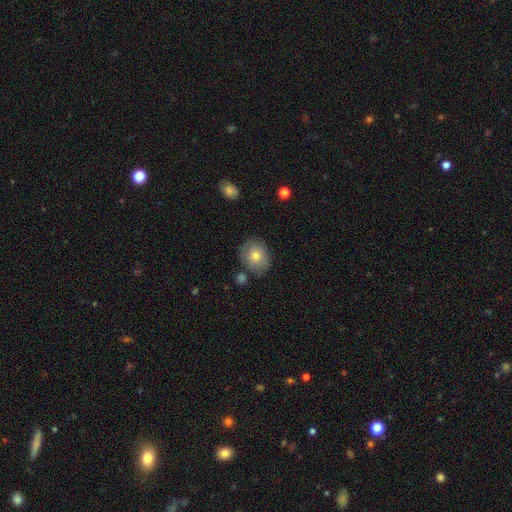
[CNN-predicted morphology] Smooth or featured? smooth (75%)
How rounded? round (67%)
Merging? none (75%)